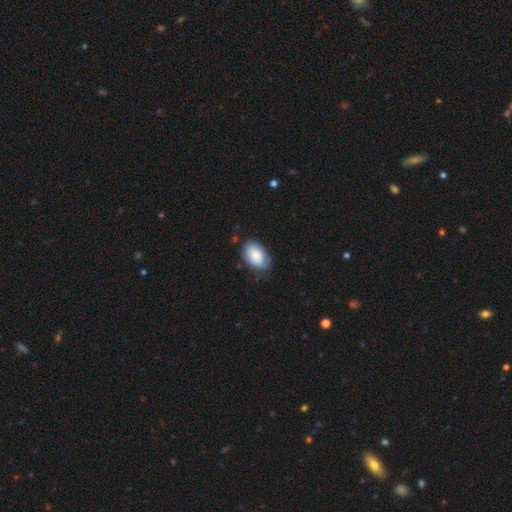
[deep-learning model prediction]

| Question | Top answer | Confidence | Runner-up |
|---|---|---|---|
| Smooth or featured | smooth | 76% | featured or disk (17%) |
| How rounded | in between | 91% | round (8%) |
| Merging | none | 69% | minor disturbance (24%) |